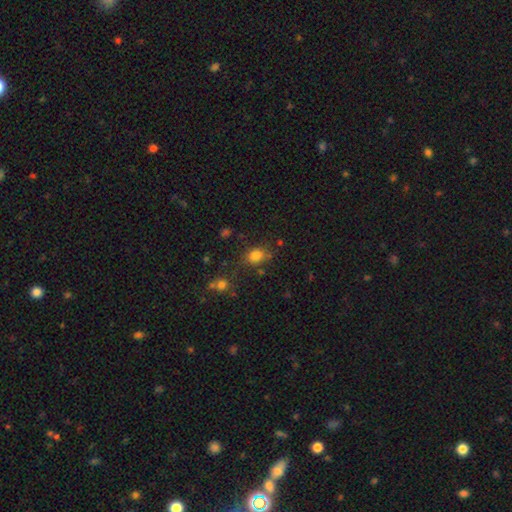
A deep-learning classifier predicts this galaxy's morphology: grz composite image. It shows a smooth galaxy with no disk features (78%) that is round (50%). Merging: none (70%).